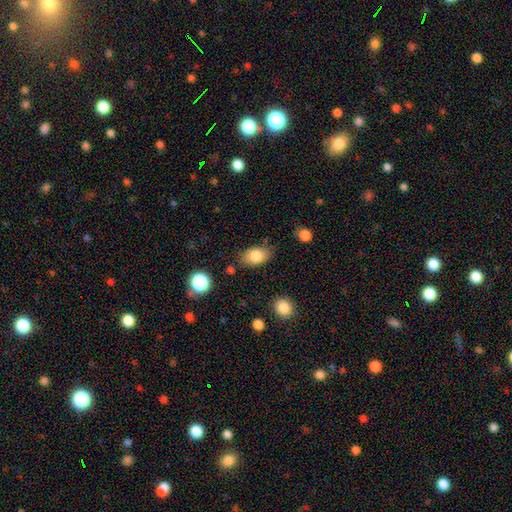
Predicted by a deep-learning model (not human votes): A smooth galaxy with no disk features (83%) that is in between round and cigar-shaped (89%). Merging: none (76%).